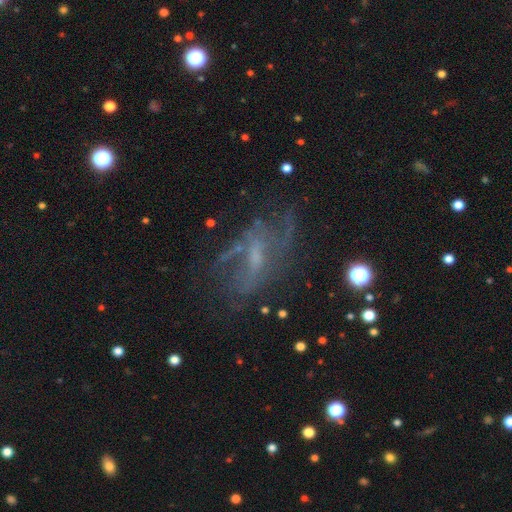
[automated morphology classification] This appears to be a featured or disk galaxy (69%) with a weak bar (44%), spiral arms (68%) and a small central bulge (44%). Merging: none (53%).